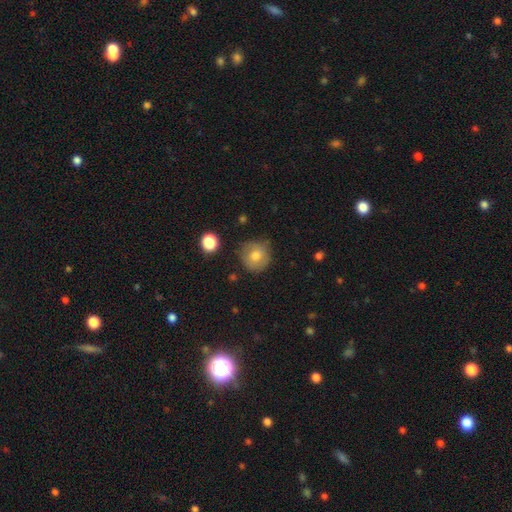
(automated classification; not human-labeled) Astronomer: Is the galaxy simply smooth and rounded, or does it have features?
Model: smooth — 72%.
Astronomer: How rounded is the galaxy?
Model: round — 89%.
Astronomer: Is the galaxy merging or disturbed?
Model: none — 75%.